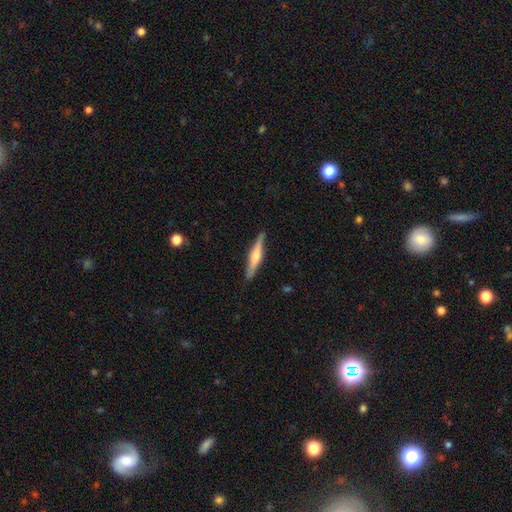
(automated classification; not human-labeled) Smooth or featured? Predicted: featured or disk (p=0.60). Edge-on disk? Predicted: yes (p=0.96). Edge-on bulge? Predicted: rounded (p=0.75). Merging? Predicted: none (p=0.88).